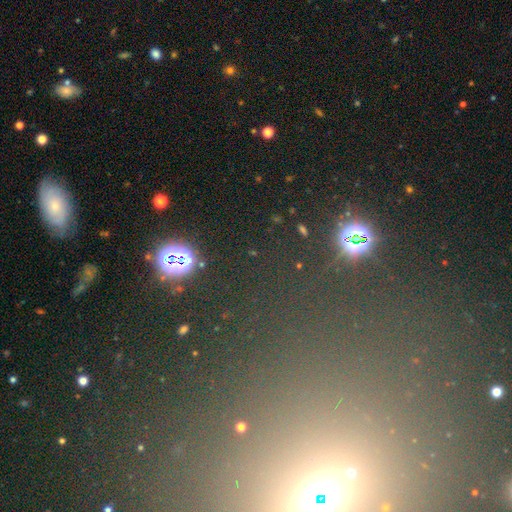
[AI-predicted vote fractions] Overall: star or artifact (63%; smooth 26%).